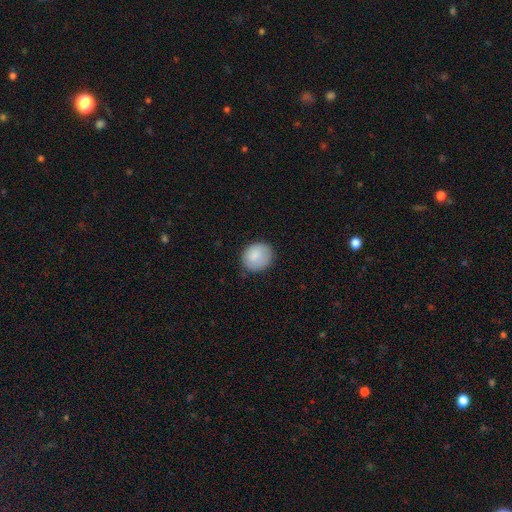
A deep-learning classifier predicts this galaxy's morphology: smooth-or-featured: smooth: 85% | featured or disk: 8% | star or artifact: 7%
  how-rounded: round: 68% | in between: 31% | cigar-shaped: 1%
  merging: none: 77% | minor disturbance: 18% | major disturbance: 4% | merger: 1%